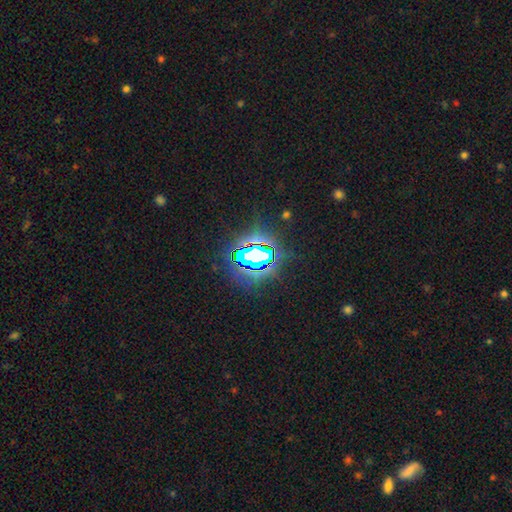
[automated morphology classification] type=star or artifact (76%).